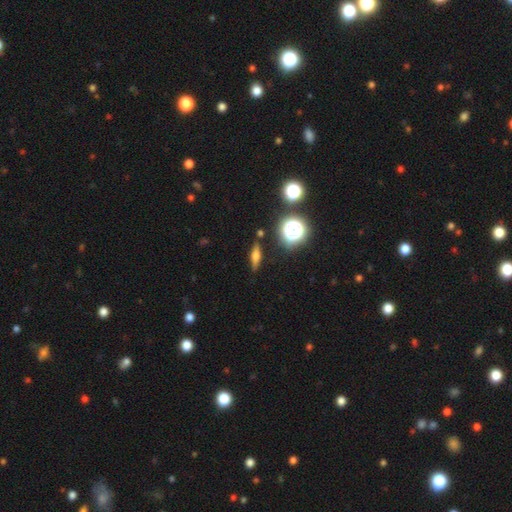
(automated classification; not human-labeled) Q: Smooth or featured?
A: smooth (49%); runner-up: featured or disk (35%)
Q: Merging?
A: none (84%); runner-up: minor disturbance (11%)